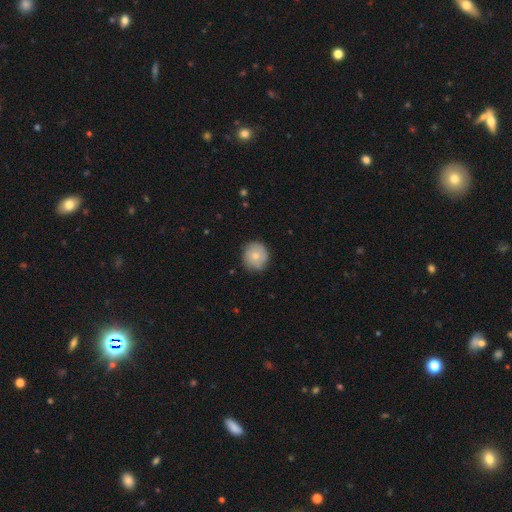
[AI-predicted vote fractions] This is likely a smooth galaxy (70%). How rounded: clearly round (90%). Merging: clearly none (81%).